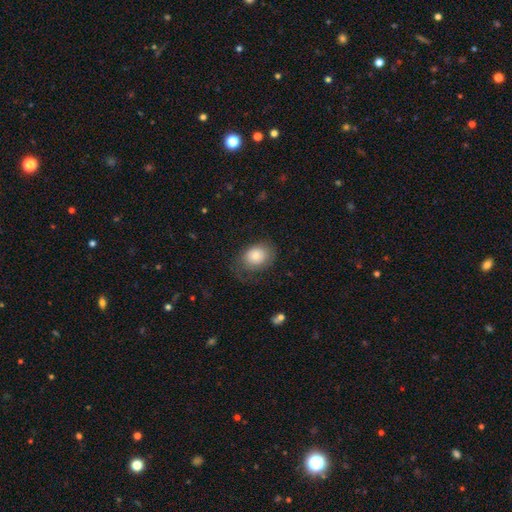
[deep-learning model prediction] The model was most divided on "how rounded": in between: 58%, round: 41%, cigar-shaped: 1%. More confident: smooth or featured — smooth (74%); merging — none (54%).